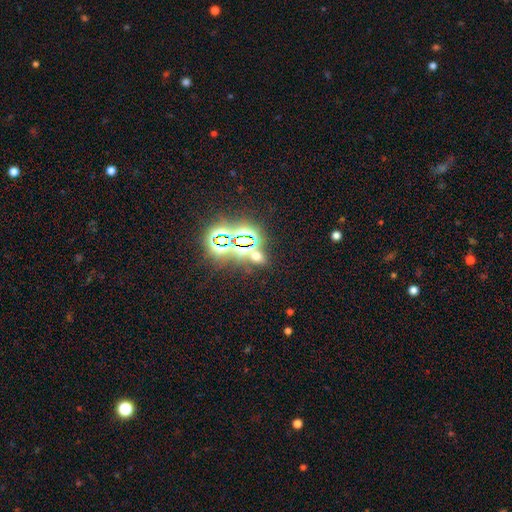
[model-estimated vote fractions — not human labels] star or artifact 57%, smooth 35%, featured or disk 8%.